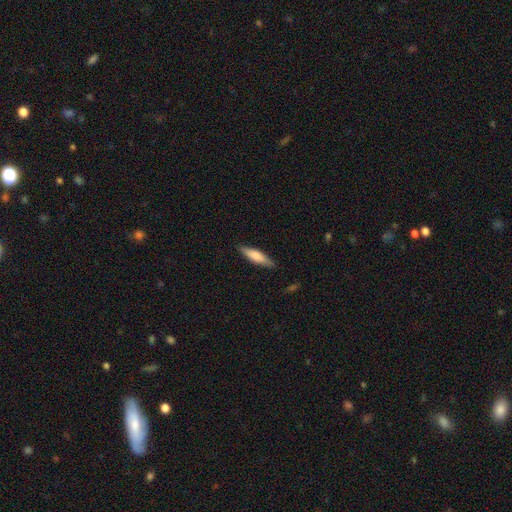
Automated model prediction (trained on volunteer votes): Overall: smooth (70%). How rounded: cigar-shaped (71%). Merging: none (86%).